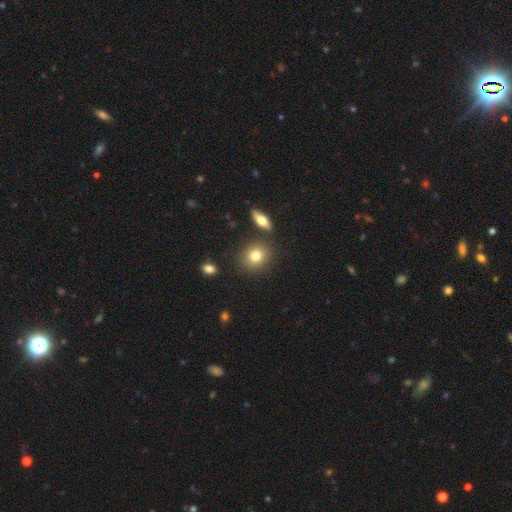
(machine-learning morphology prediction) Q: Smooth or featured?
A: smooth (80%); runner-up: featured or disk (11%)
Q: How rounded?
A: round (68%); runner-up: in between (30%)
Q: Merging?
A: none (81%); runner-up: minor disturbance (9%)